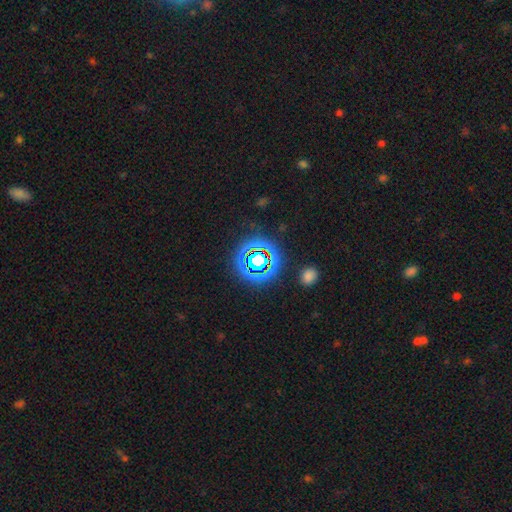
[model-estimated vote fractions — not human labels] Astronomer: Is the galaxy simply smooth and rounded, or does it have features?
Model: star or artifact — 77%.